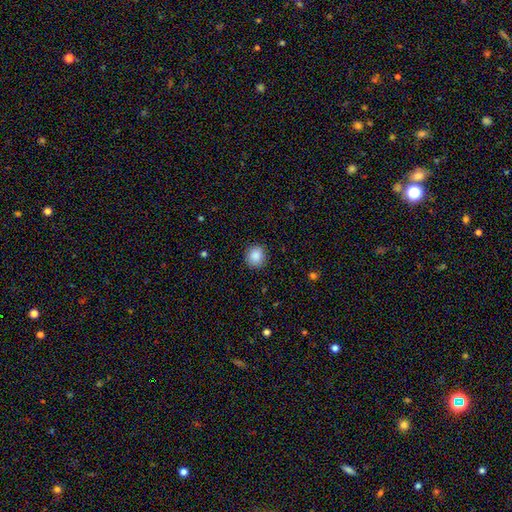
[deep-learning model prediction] Smooth or featured: smooth — 88% (star or artifact — 8%)
How rounded: round — 88% (in between — 11%)
Merging: none — 90% (minor disturbance — 7%)